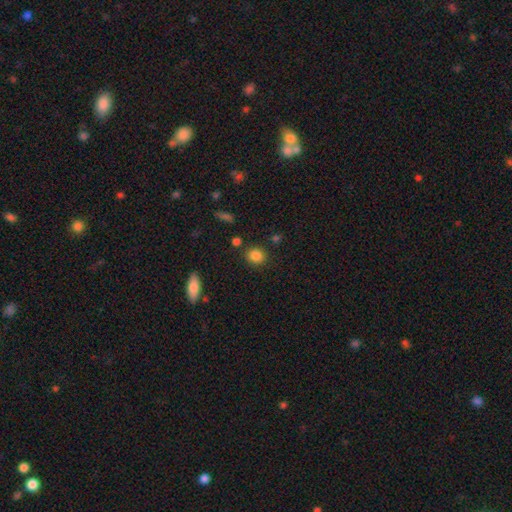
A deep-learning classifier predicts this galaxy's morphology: Smooth or featured? smooth (85%)
How rounded? round (78%)
Merging? none (85%)